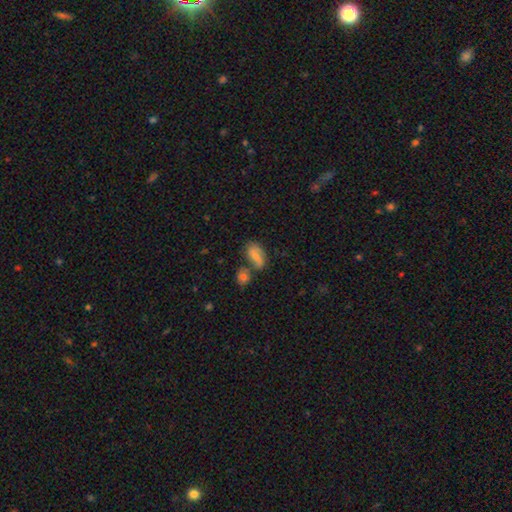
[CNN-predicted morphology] smooth 67%, featured or disk 22%, star or artifact 12%. Down the decision tree: how rounded — in between (86%); merging — none (44%).